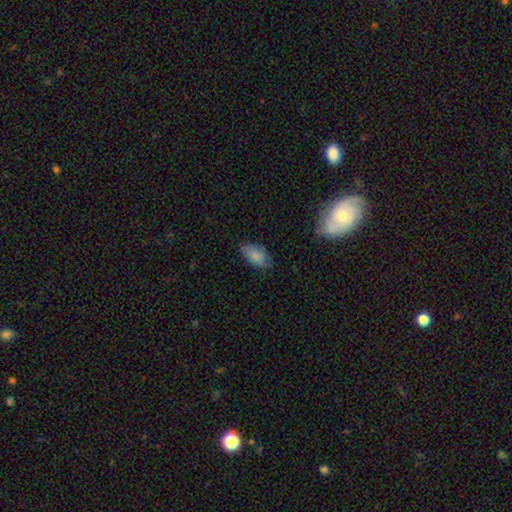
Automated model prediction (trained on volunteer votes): Smooth or featured? Predicted: smooth (p=0.82). How rounded? Predicted: in between (p=0.93). Merging? Predicted: none (p=0.72).